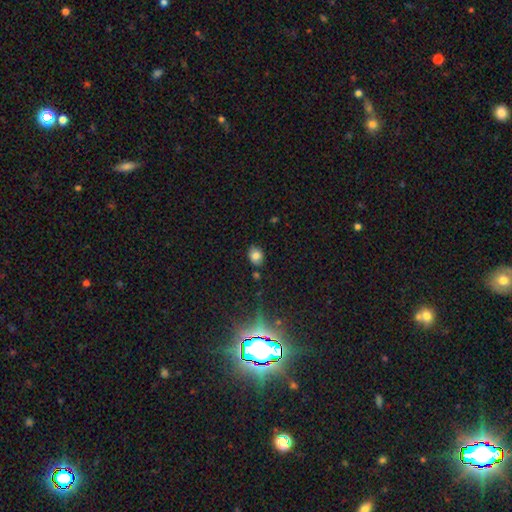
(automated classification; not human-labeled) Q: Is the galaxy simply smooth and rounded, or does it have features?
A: smooth — 80%.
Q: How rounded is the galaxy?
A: in between — 62%.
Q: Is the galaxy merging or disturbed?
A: none — 82%.